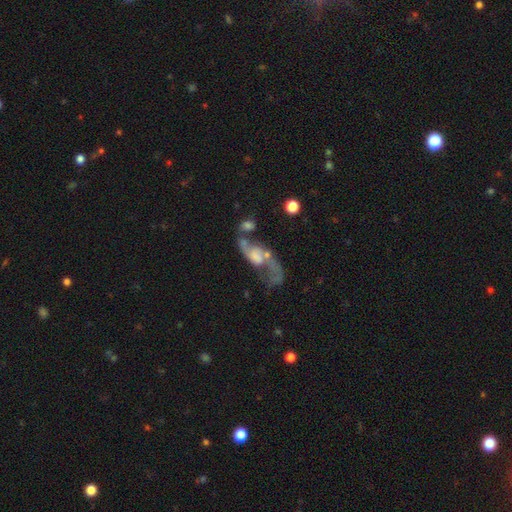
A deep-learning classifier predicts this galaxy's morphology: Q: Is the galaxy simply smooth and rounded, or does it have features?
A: featured or disk — 79%.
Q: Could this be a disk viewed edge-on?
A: no — 91%.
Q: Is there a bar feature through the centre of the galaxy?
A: no — 56%.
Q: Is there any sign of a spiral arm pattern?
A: yes — 88%.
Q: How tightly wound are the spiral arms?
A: loose — 73%.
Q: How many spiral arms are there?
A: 2 — 84%.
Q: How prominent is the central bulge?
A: moderate — 32%.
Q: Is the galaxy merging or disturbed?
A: none — 37%.